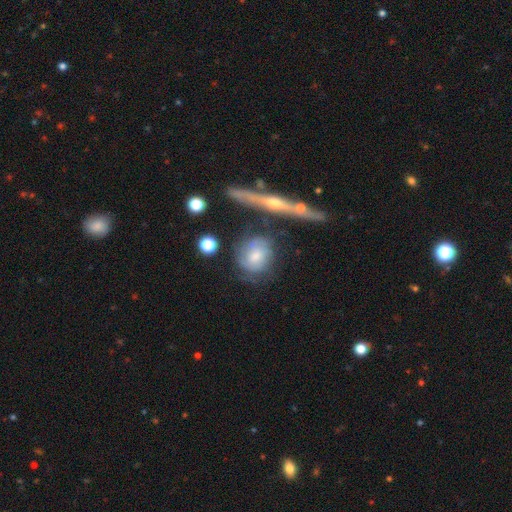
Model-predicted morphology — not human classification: Q: Smooth or featured?
A: smooth (46%); runner-up: featured or disk (45%)
Q: Merging?
A: none (62%); runner-up: minor disturbance (21%)